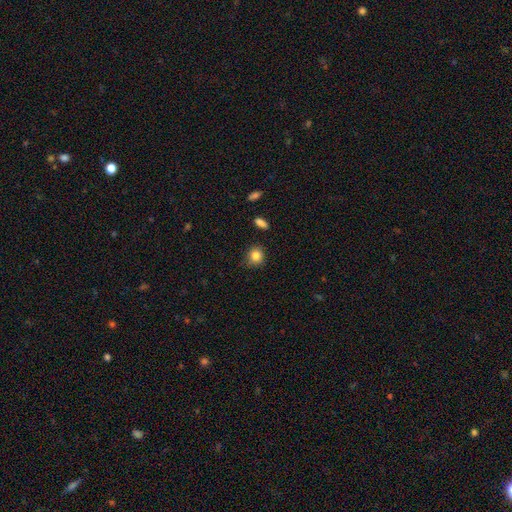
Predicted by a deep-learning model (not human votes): smooth 84%, star or artifact 10%, featured or disk 6%. Down the decision tree: how rounded — round (85%); merging — none (80%).